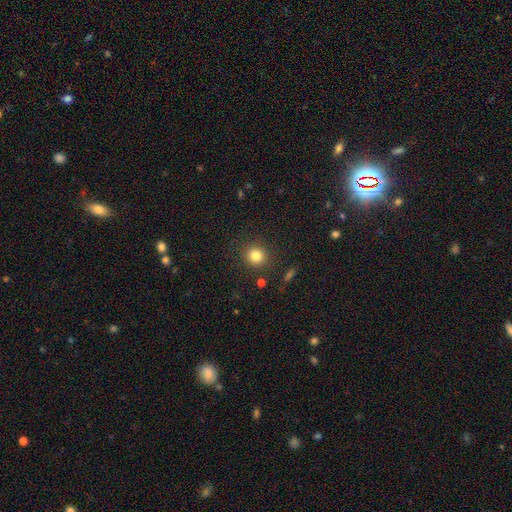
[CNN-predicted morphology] The model was most divided on "smooth or featured": smooth: 82%, star or artifact: 12%, featured or disk: 6%. More confident: how rounded — round (91%); merging — none (89%).